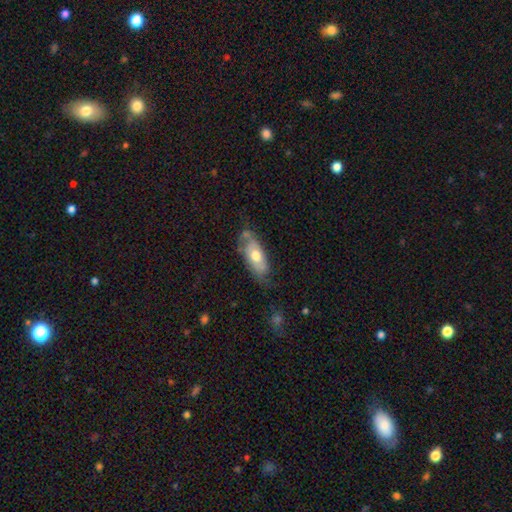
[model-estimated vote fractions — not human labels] Overall: smooth (53%; featured or disk 41%). How rounded: in between (80%). Merging: none (56%; minor disturbance 29%).